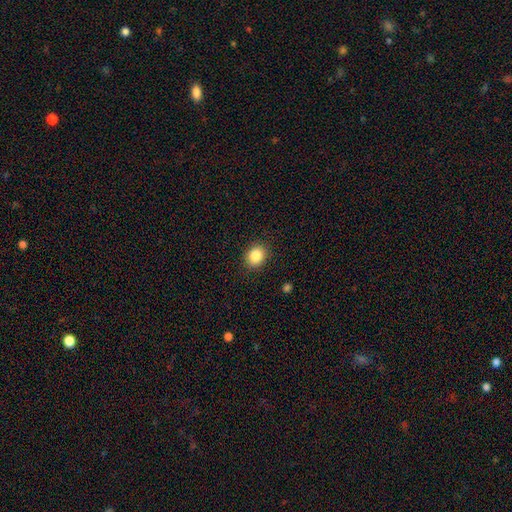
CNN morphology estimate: This is clearly a smooth galaxy (86%). How rounded: possibly round (58%). Merging: clearly none (89%).